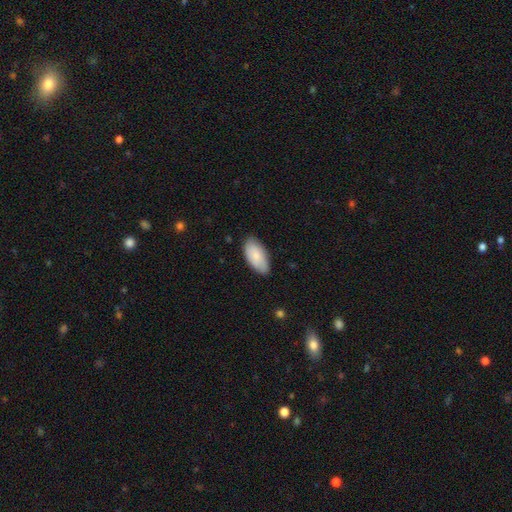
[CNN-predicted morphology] smooth_or_featured: smooth (p=0.82) [alt: featured or disk p=0.12]
how_rounded: in between (p=0.94) [alt: cigar-shaped p=0.04]
merging: none (p=0.80) [alt: minor disturbance p=0.16]